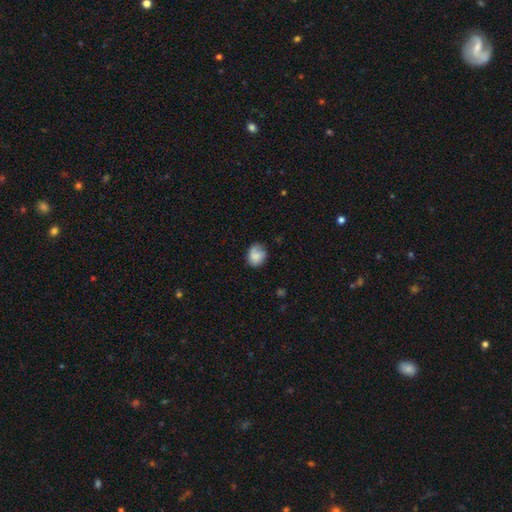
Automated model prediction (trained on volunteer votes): The model was most divided on "how rounded": round: 64%, in between: 35%, cigar-shaped: 1%. More confident: smooth or featured — smooth (79%); merging — none (63%).